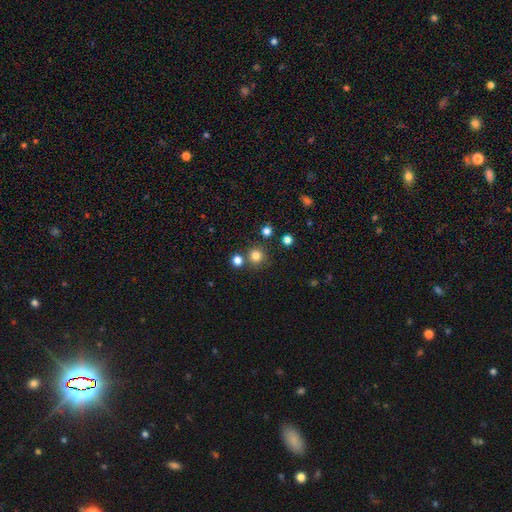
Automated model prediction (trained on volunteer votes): This appears to be a smooth galaxy with no disk features (79%) that is round (94%). Merging: none (80%).